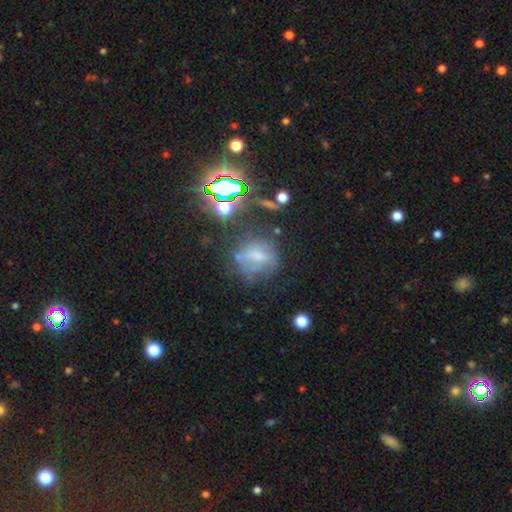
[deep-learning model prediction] smooth 44%, featured or disk 32%, star or artifact 24%. Down the decision tree: merging — none (50%).